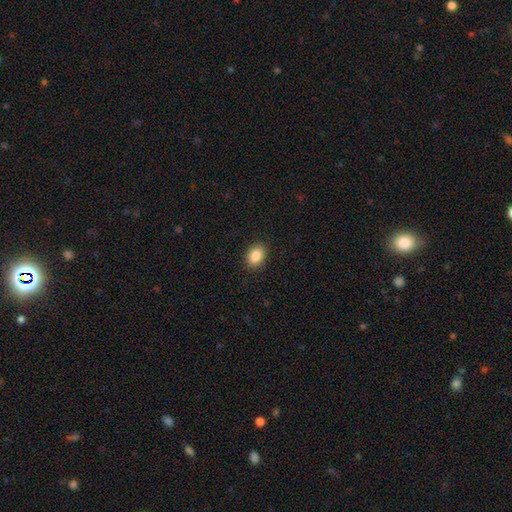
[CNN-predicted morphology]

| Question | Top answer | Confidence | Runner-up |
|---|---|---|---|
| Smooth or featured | smooth | 88% | star or artifact (8%) |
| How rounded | in between | 77% | round (22%) |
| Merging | none | 89% | minor disturbance (8%) |